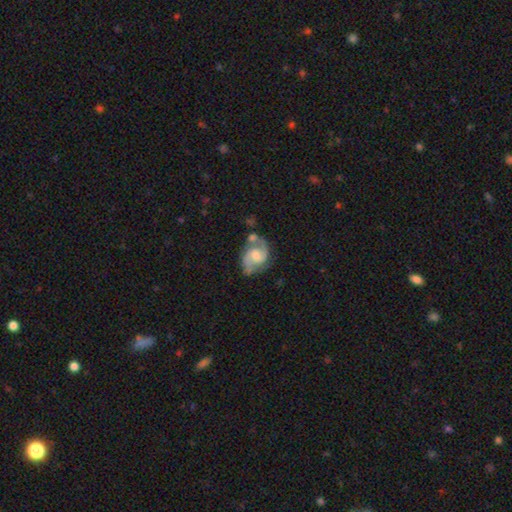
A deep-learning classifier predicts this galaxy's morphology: This is clearly a featured or disk galaxy (85%). It is clearly not viewed edge-on (98%). Bar: possibly no (49%). Spiral arm pattern: clearly yes (96%). Spiral arm count: clearly 2 (91%). Spiral winding: possibly medium (57%). Central bulge: possibly moderate (52%). Merging: possibly none (53%).